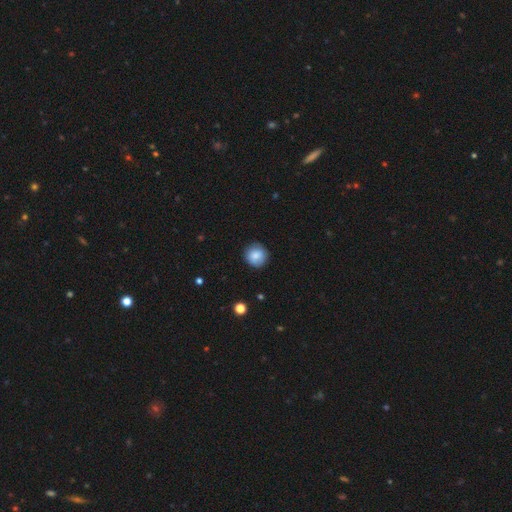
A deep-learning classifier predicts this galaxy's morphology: smooth_or_featured: smooth (p=0.83) [alt: featured or disk p=0.09]
how_rounded: round (p=0.92) [alt: in between p=0.07]
merging: none (p=0.85) [alt: minor disturbance p=0.11]